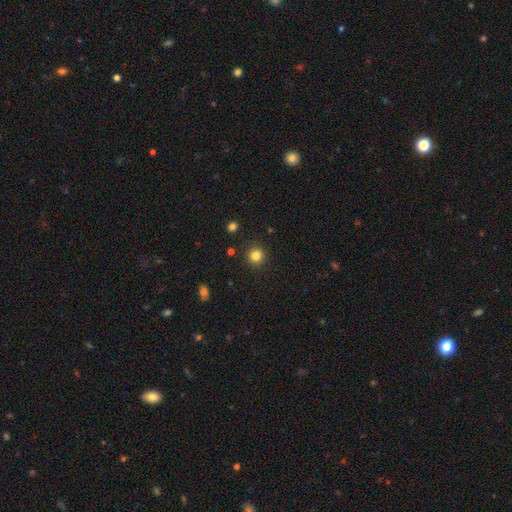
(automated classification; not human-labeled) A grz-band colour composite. It shows a smooth galaxy with no disk features (83%) that is round (94%). Merging: none (91%).